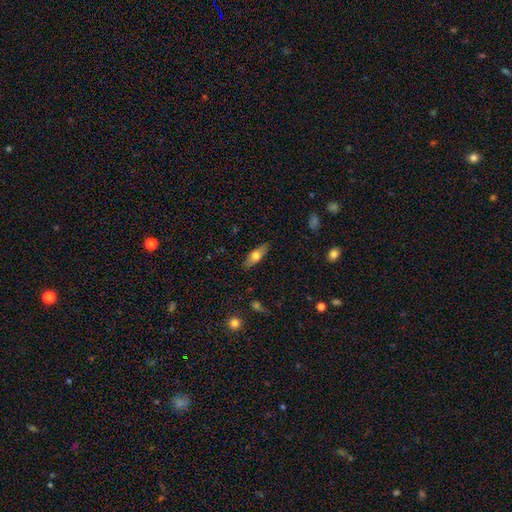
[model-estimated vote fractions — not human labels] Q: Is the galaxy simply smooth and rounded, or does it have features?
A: smooth — 64%.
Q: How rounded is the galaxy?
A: in between — 64%.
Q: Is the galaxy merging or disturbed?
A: none — 86%.